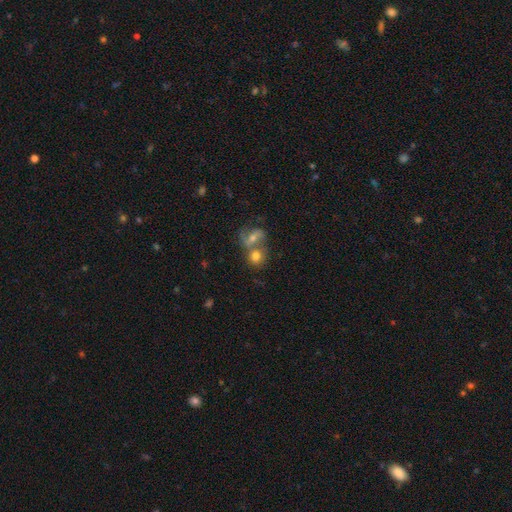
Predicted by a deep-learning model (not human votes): smooth-or-featured: smooth: 66% | featured or disk: 24% | star or artifact: 10%
  how-rounded: round: 75% | in between: 23% | cigar-shaped: 2%
  merging: merger: 53% | none: 35% | minor disturbance: 8% | major disturbance: 4%